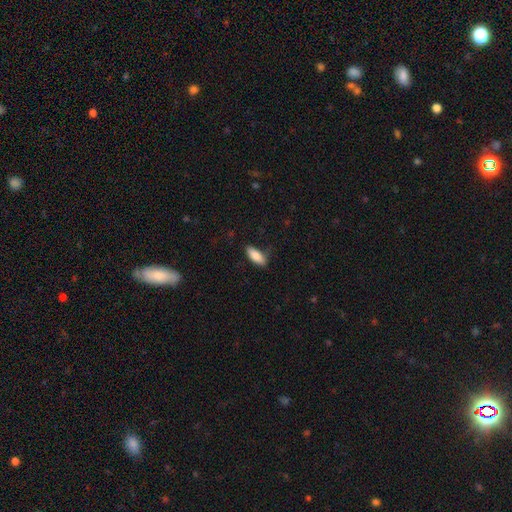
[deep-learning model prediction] This appears to be a smooth galaxy with no disk features (86%) that is in between round and cigar-shaped (78%). Merging: none (80%).